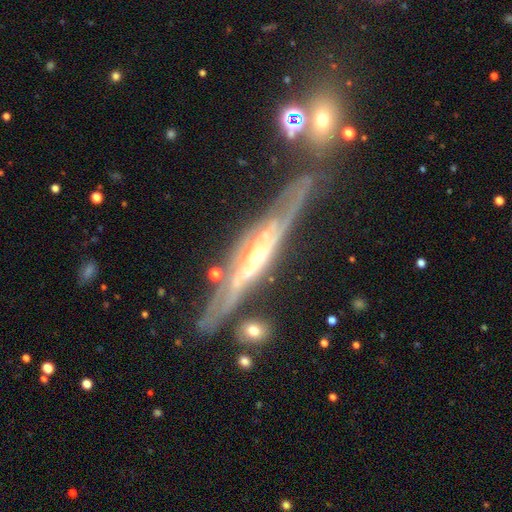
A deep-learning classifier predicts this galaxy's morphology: A featured or disk galaxy (85%) viewed edge-on (75%) with a rounded central bulge (68%).

Vote fractions:
- Smooth or featured? featured or disk: 85% / smooth: 8% / star or artifact: 7%
- Edge-on disk? yes: 75% / no: 25%
- Edge-on bulge? rounded: 68% / none: 23% / boxy: 9%
- Merging? none: 71% / minor disturbance: 16% / major disturbance: 6% / merger: 6%